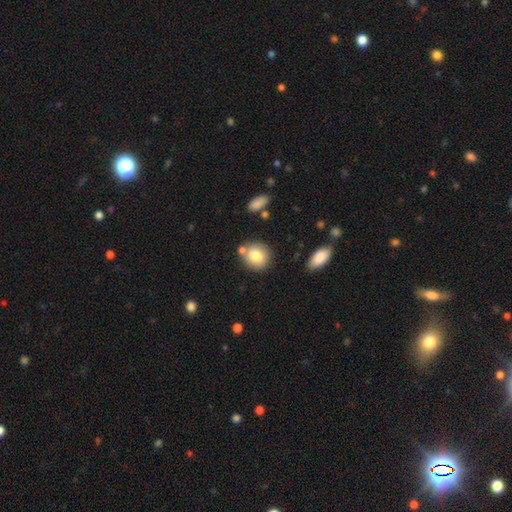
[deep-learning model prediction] Smooth or featured: smooth — 80% (featured or disk — 12%)
How rounded: round — 80% (in between — 19%)
Merging: none — 72% (merger — 14%)